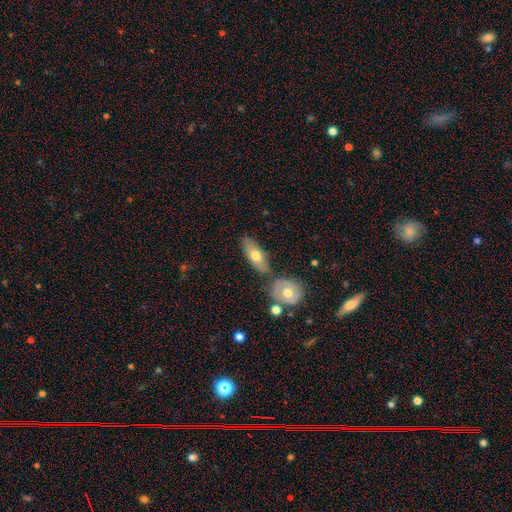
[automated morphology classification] Smooth or featured? Predicted: smooth (p=0.63). How rounded? Predicted: in between (p=0.76). Merging? Predicted: none (p=0.63).